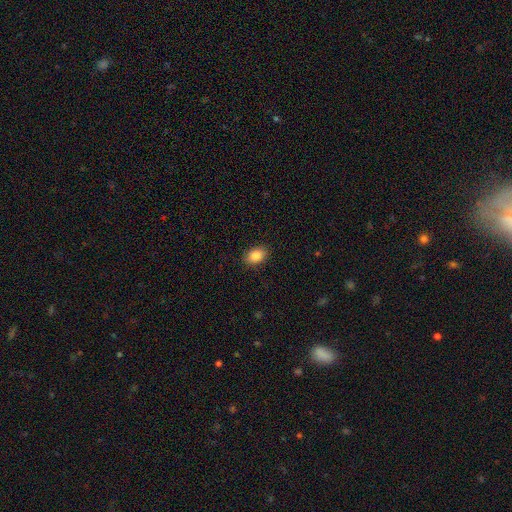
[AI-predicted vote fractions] A smooth galaxy with no disk features (86%) that is in between round and cigar-shaped (83%). Merging: none (89%).